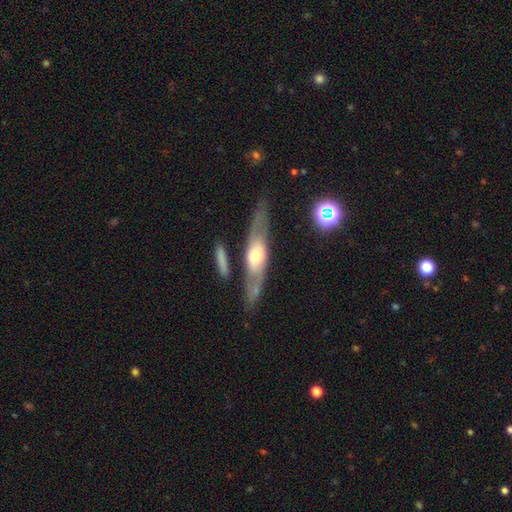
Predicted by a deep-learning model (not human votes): Smooth or featured?
  - featured or disk: 67% *
  - smooth: 28%
  - star or artifact: 6%
Edge-on disk?
  - yes: 65% *
  - no: 35%
Merging?
  - none: 73% *
  - minor disturbance: 16%
  - major disturbance: 6%
  - merger: 5%